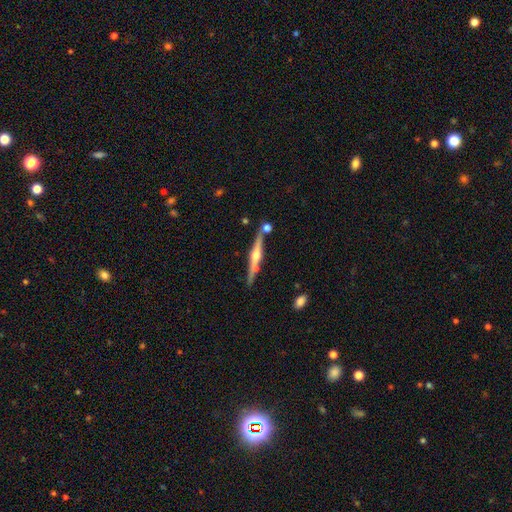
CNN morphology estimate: smooth_or_featured: featured or disk (p=0.78) [alt: smooth p=0.16]
disk_edge_on: yes (p=0.98) [alt: no p=0.02]
edge_on_bulge: rounded (p=0.91) [alt: boxy p=0.05]
merging: none (p=0.78) [alt: minor disturbance p=0.11]